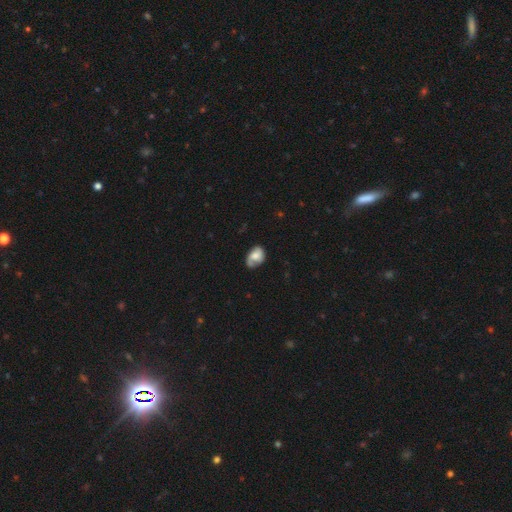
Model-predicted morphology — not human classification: smooth 49%, featured or disk 43%, star or artifact 8%. Down the decision tree: merging — none (51%).